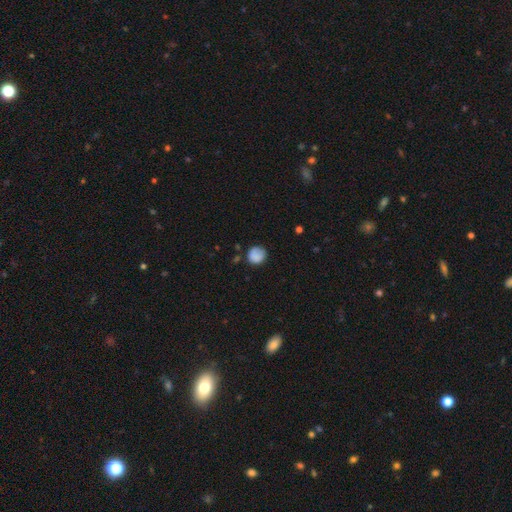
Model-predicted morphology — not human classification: Q: Smooth or featured?
A: smooth (85%); runner-up: star or artifact (9%)
Q: How rounded?
A: round (90%); runner-up: in between (9%)
Q: Merging?
A: none (77%); runner-up: minor disturbance (16%)